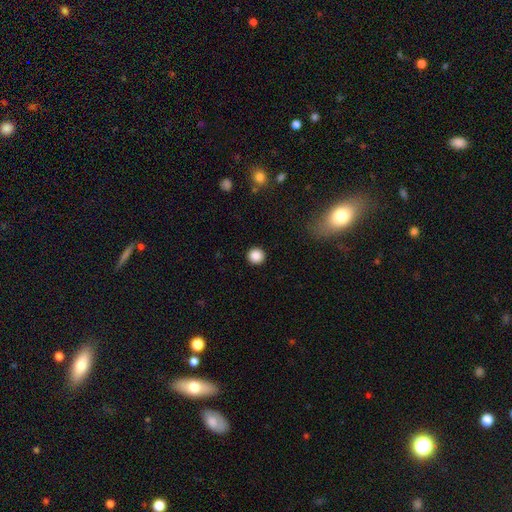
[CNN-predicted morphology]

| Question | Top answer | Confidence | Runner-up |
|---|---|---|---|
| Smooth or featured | smooth | 87% | star or artifact (10%) |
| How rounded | round | 94% | in between (5%) |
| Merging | none | 92% | minor disturbance (5%) |